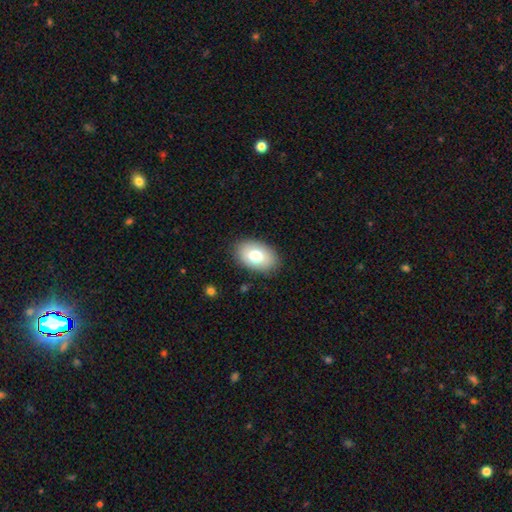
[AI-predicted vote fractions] This appears to be a smooth galaxy with no disk features (74%) that is in between round and cigar-shaped (88%). Merging: none (86%).